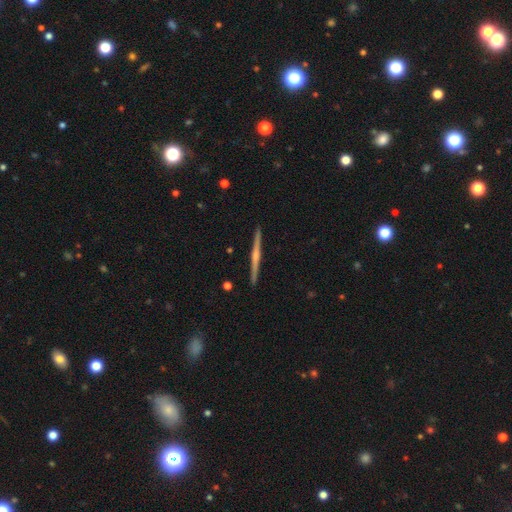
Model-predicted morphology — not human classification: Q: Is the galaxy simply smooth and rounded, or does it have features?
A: featured or disk — 76%.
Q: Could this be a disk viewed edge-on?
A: yes — 99%.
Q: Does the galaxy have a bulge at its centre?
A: rounded — 69%.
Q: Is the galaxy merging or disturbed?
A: none — 93%.